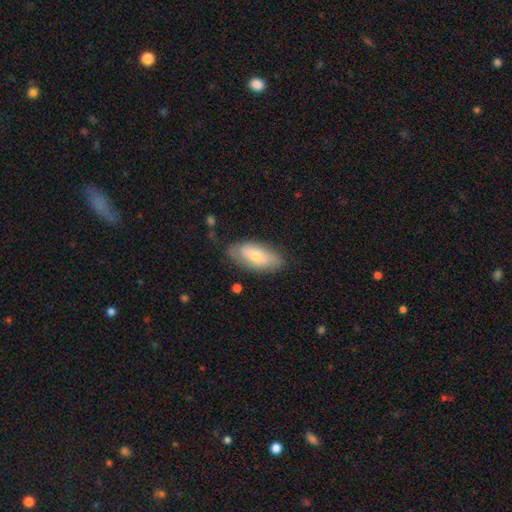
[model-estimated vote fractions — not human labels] This appears to be a smooth galaxy with no disk features (63%) that is in between round and cigar-shaped (88%). Merging: none (71%).